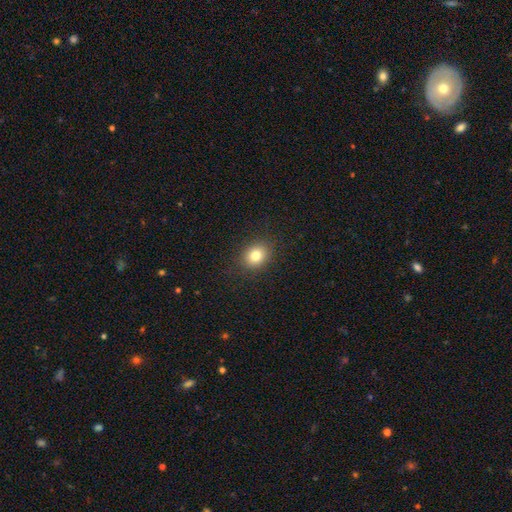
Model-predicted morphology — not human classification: type=smooth (80%); roundness=round (60%); merging=none (88%).